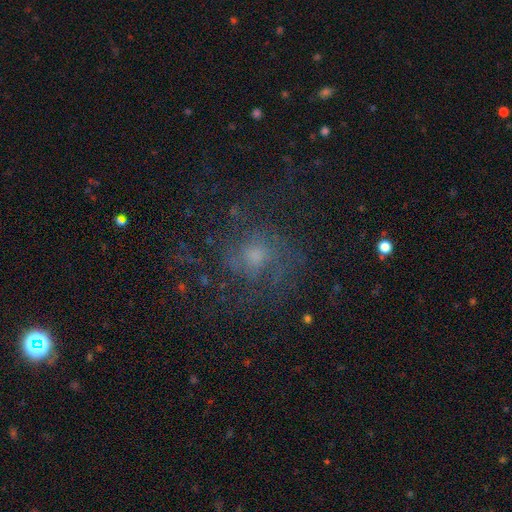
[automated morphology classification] The model was most divided on "spiral arm count": can't tell: 37%, 2: 28%, 3: 16%, 4: 7%, 1: 7%, more than 4: 5%. Remaining: edge-on disk — no (97%); spiral arms — yes (83%); bar — no (73%); merging — none (65%); smooth or featured — featured or disk (63%); bulge size — moderate (49%); spiral winding — medium (45%).